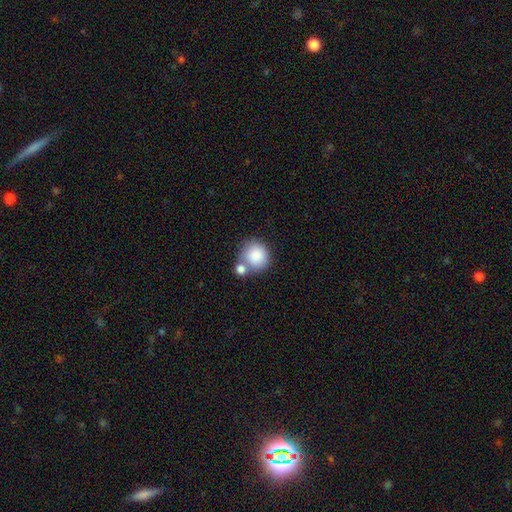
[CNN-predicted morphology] Overall: smooth (85%). How rounded: round (88%). Merging: none (51%; merger 33%).